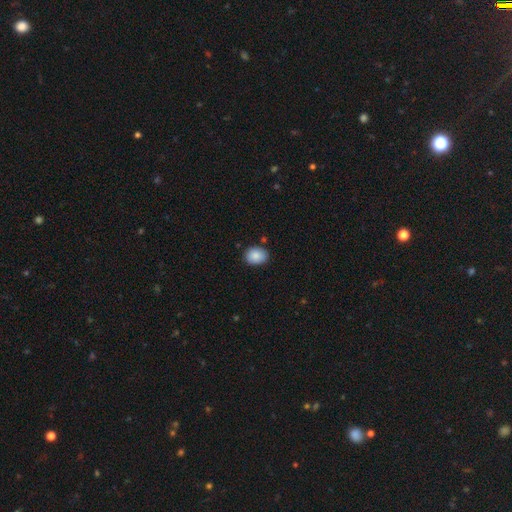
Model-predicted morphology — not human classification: smooth-or-featured: smooth: 87% | star or artifact: 7% | featured or disk: 5%
  how-rounded: in between: 65% | round: 34% | cigar-shaped: 1%
  merging: none: 83% | minor disturbance: 13% | merger: 2% | major disturbance: 2%